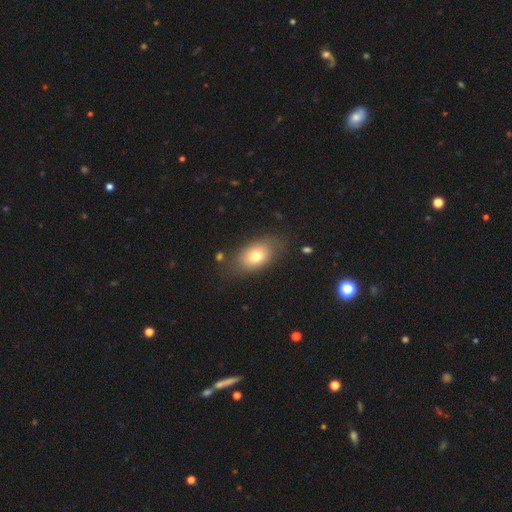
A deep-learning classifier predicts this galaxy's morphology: A smooth galaxy with no disk features (74%) that is in between round and cigar-shaped (87%).

Vote fractions:
- Smooth or featured? smooth: 74% / featured or disk: 17% / star or artifact: 9%
- How rounded? in between: 87% / round: 10% / cigar-shaped: 3%
- Merging? none: 76% / minor disturbance: 16% / major disturbance: 6% / merger: 3%